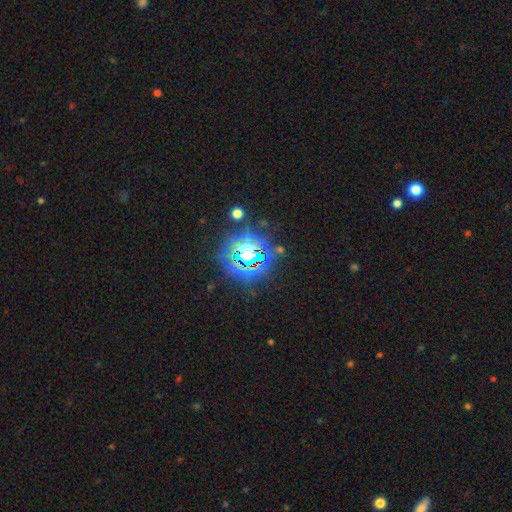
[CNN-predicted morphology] star or artifact 81%, smooth 11%, featured or disk 8%.